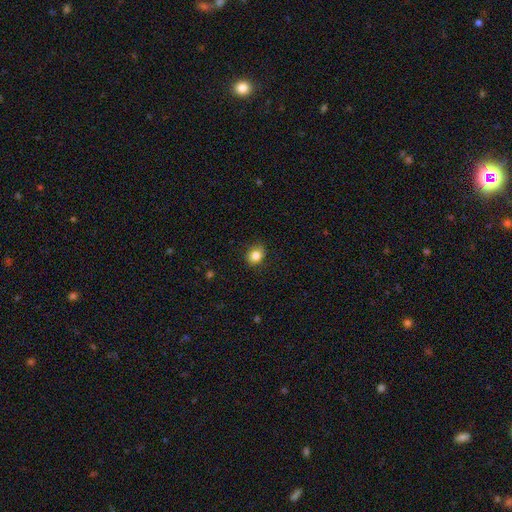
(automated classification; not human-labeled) This appears to be a smooth galaxy with no disk features (84%) that is round (65%). Merging: none (80%).